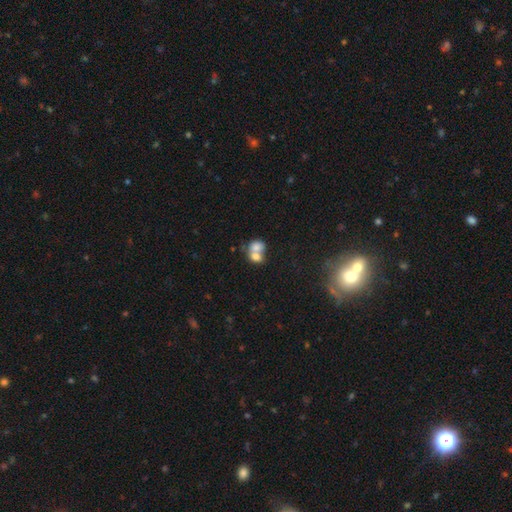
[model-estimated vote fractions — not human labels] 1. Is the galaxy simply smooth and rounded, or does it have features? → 71% smooth, 19% featured or disk, 9% star or artifact.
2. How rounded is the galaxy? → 56% in between, 43% round, 1% cigar-shaped.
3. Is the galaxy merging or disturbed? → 72% merger, 18% none, 6% minor disturbance, 4% major disturbance.